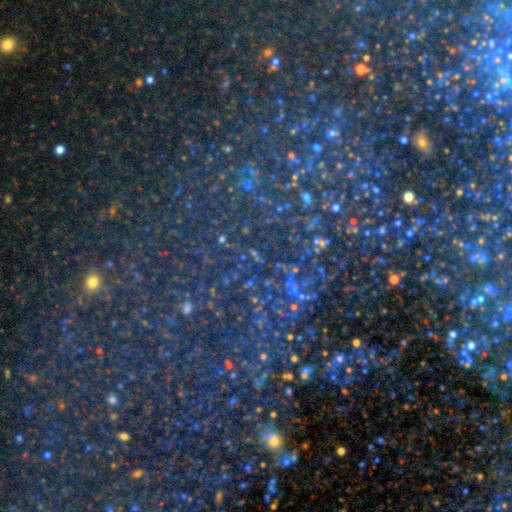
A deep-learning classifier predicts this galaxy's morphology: A star or artifact, not a galaxy (81%).

Vote fractions:
- Smooth or featured? star or artifact: 81% / smooth: 11% / featured or disk: 8%